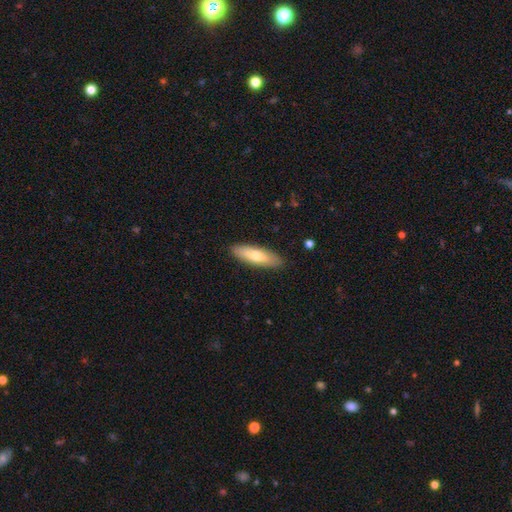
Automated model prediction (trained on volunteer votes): The model was most divided on "how rounded": in between: 50%, cigar-shaped: 48%, round: 2%. More confident: merging — none (87%); smooth or featured — smooth (63%).